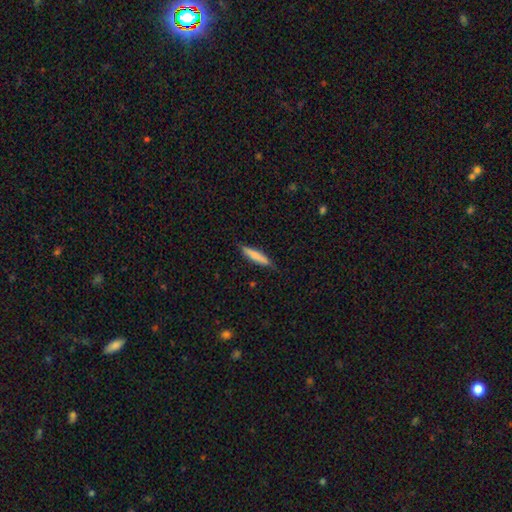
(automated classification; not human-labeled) A smooth galaxy with no disk features (75%) that is cigar-shaped (87%).

Vote fractions:
- Smooth or featured? smooth: 75% / featured or disk: 20% / star or artifact: 6%
- How rounded? cigar-shaped: 87% / in between: 11% / round: 1%
- Merging? none: 83% / minor disturbance: 13% / major disturbance: 2% / merger: 1%